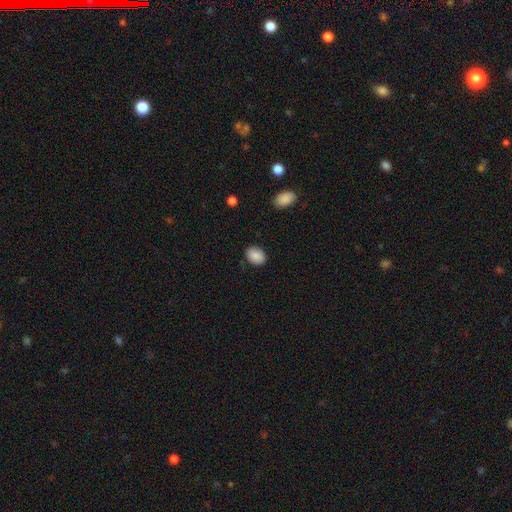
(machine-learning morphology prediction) smooth_or_featured: smooth (p=0.86) [alt: star or artifact p=0.08]
how_rounded: in between (p=0.72) [alt: round p=0.27]
merging: none (p=0.85) [alt: minor disturbance p=0.11]